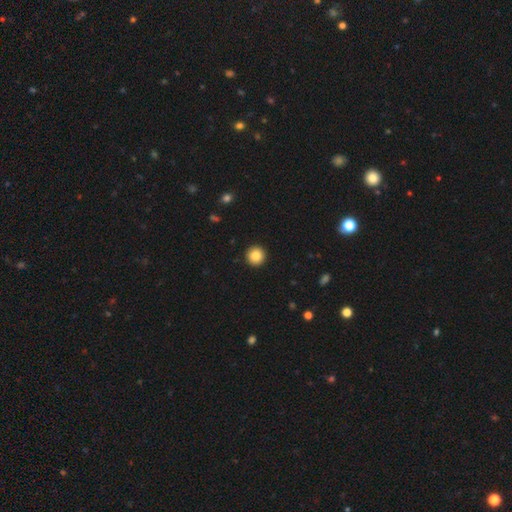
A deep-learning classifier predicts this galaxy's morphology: smooth_or_featured: smooth (p=0.88) [alt: star or artifact p=0.09]
how_rounded: round (p=0.96) [alt: in between p=0.03]
merging: none (p=0.93) [alt: minor disturbance p=0.04]